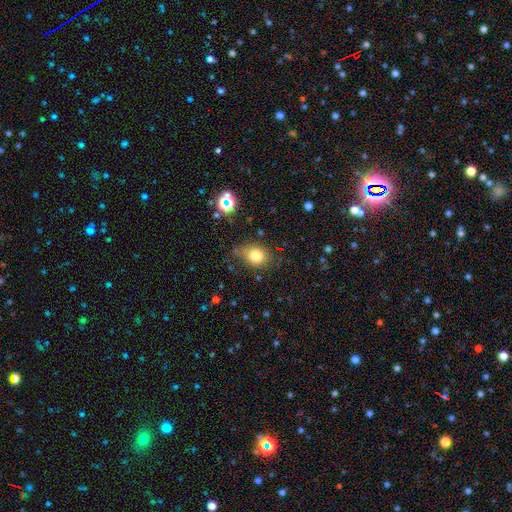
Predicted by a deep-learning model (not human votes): A smooth galaxy with no disk features (77%) that is round (54%).

Vote fractions:
- Smooth or featured? smooth: 77% / star or artifact: 13% / featured or disk: 9%
- How rounded? round: 54% / in between: 45% / cigar-shaped: 1%
- Merging? none: 69% / minor disturbance: 21% / major disturbance: 6% / merger: 4%